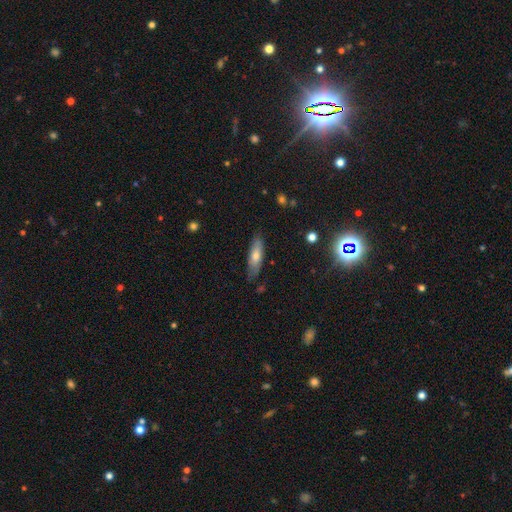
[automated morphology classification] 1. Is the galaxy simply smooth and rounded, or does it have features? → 63% smooth, 30% featured or disk, 7% star or artifact.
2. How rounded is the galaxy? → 55% cigar-shaped, 43% in between, 2% round.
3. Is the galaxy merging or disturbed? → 80% none, 16% minor disturbance, 3% major disturbance, 2% merger.